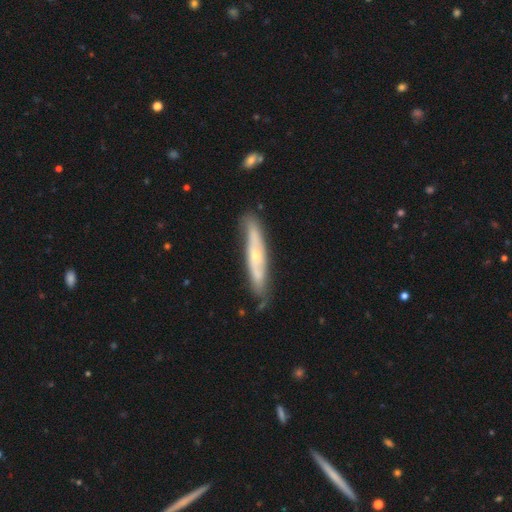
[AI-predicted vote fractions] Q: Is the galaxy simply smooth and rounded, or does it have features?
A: featured or disk — 64%.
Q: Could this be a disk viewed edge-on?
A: yes — 61%.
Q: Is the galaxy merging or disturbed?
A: none — 75%.